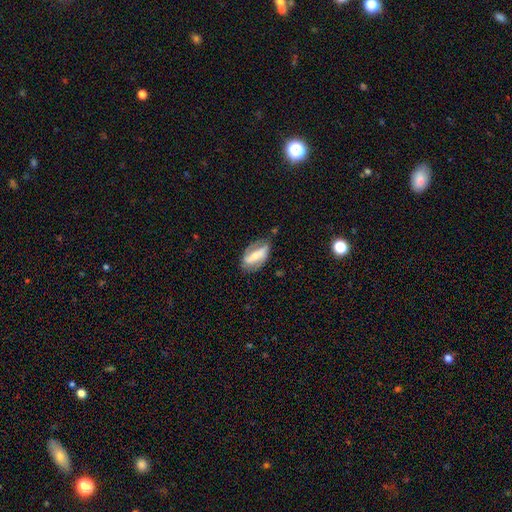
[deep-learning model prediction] Smooth or featured: featured or disk — 66% (smooth — 28%)
Edge-on disk: no — 90% (yes — 10%)
Bar: strong — 60% (weak — 23%)
Spiral arms: yes — 77% (no — 23%)
Bulge size: small — 47% (moderate — 42%)
Merging: none — 66% (minor disturbance — 24%)